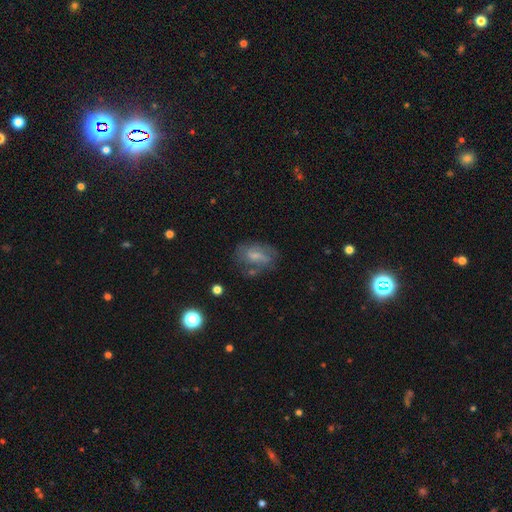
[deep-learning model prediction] featured or disk 52%, smooth 37%, star or artifact 10%. Down the decision tree: edge-on disk — no (96%); merging — none (53%).